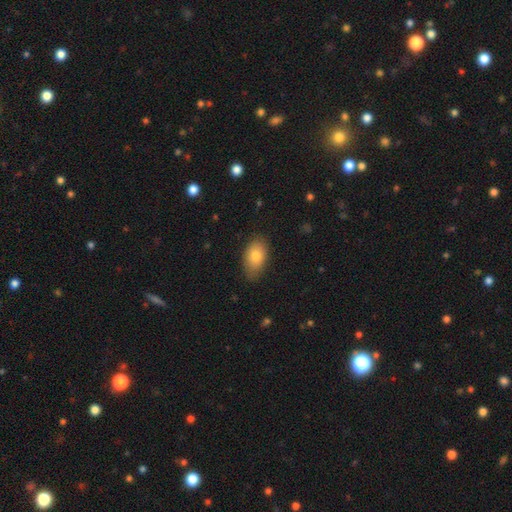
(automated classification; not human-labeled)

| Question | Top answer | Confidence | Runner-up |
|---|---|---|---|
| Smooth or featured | smooth | 80% | featured or disk (12%) |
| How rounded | in between | 90% | round (8%) |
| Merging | none | 78% | minor disturbance (18%) |